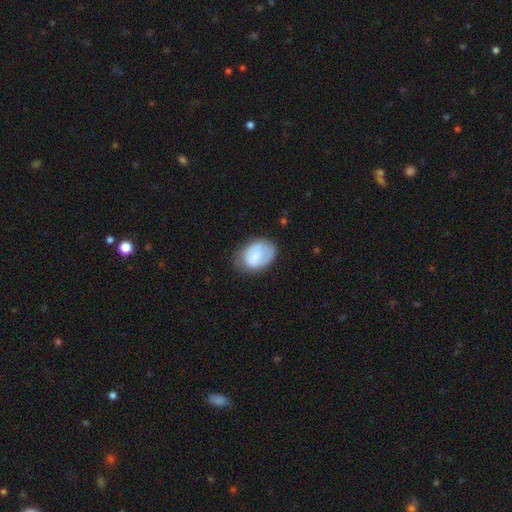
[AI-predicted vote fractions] Morphology: type=smooth (70%); roundness=in between (77%); merging=none (59%).